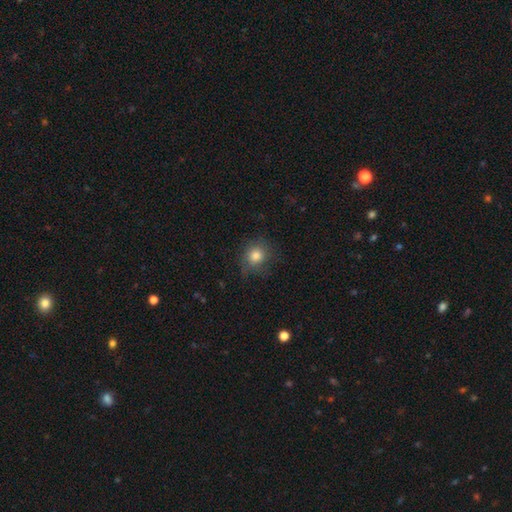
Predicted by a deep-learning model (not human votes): This appears to be a smooth galaxy with no disk features (80%) that is round (83%). Merging: none (72%).